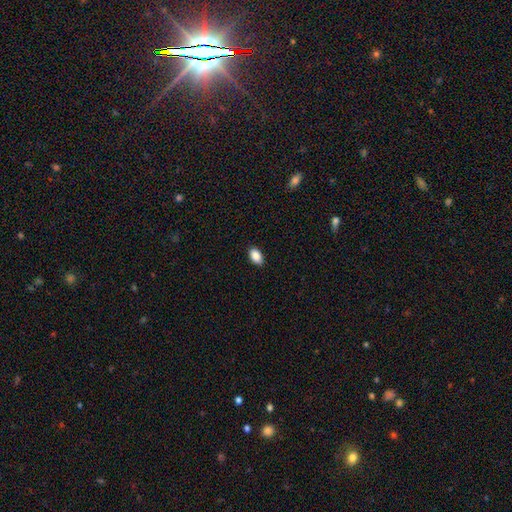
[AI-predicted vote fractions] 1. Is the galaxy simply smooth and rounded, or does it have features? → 88% smooth, 8% star or artifact, 4% featured or disk.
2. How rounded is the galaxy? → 91% in between, 7% round, 2% cigar-shaped.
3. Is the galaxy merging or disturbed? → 89% none, 9% minor disturbance, 2% major disturbance, 1% merger.